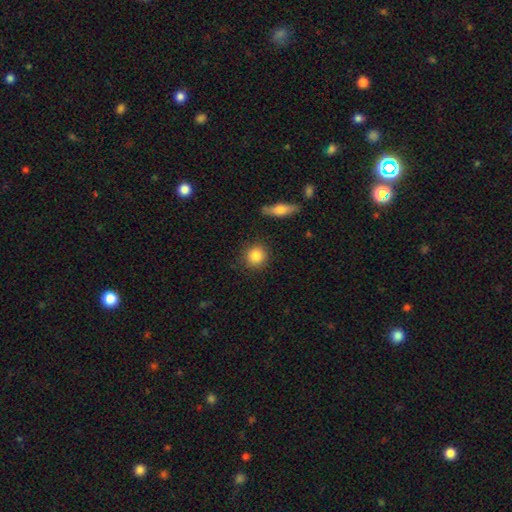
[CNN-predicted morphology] Q: Smooth or featured?
A: smooth (87%); runner-up: star or artifact (8%)
Q: How rounded?
A: round (87%); runner-up: in between (11%)
Q: Merging?
A: none (88%); runner-up: minor disturbance (7%)